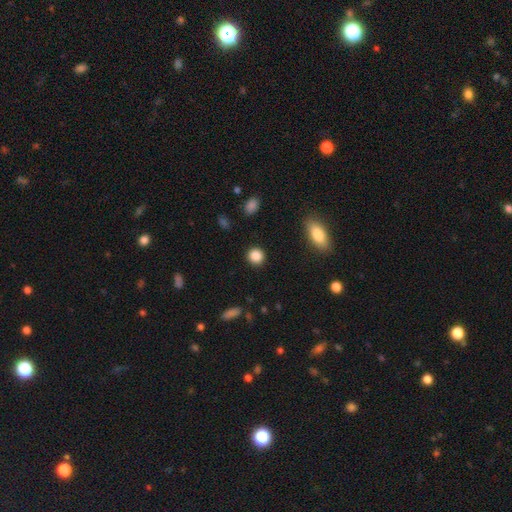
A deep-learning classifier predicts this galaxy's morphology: Smooth or featured? smooth (87%)
How rounded? round (90%)
Merging? none (91%)